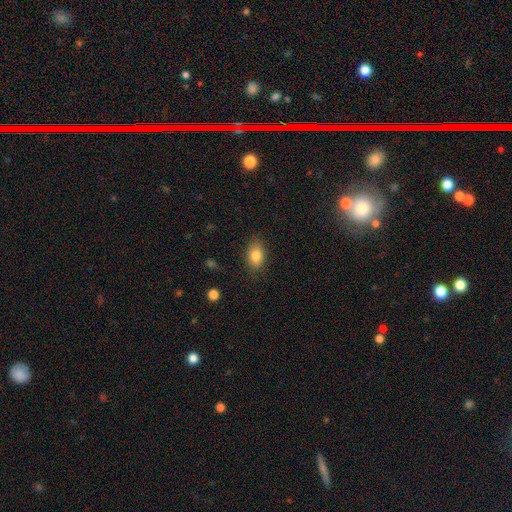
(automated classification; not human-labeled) Smooth or featured: smooth — 83% (star or artifact — 9%)
How rounded: in between — 83% (round — 16%)
Merging: none — 84% (minor disturbance — 12%)